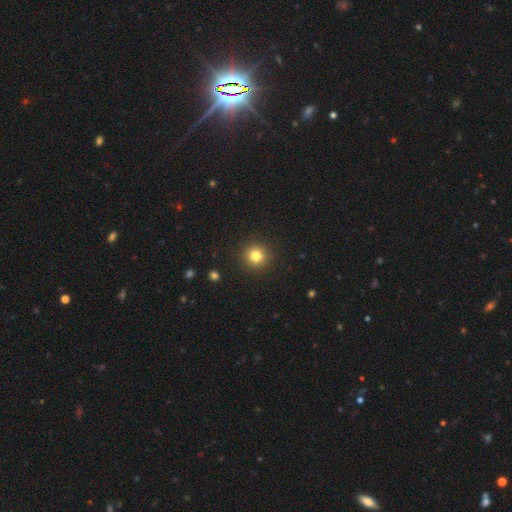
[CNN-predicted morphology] This appears to be a smooth galaxy with no disk features (81%) that is round (94%). Merging: none (92%).